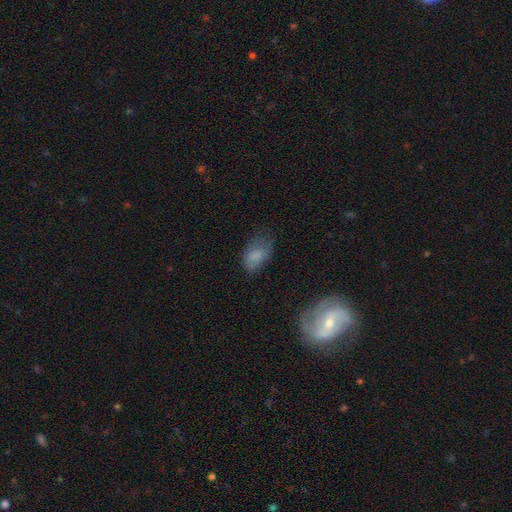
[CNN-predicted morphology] A smooth galaxy with no disk features (78%) that is in between round and cigar-shaped (91%). Merging: none (46%).